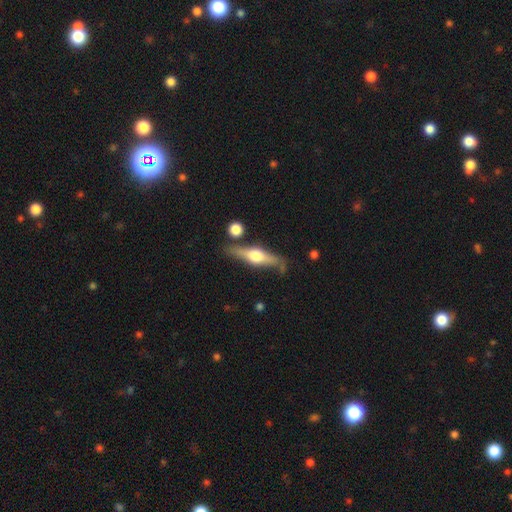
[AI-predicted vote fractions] A featured or disk galaxy (69%) viewed edge-on (94%) with a rounded central bulge (94%). Merging: none (75%).